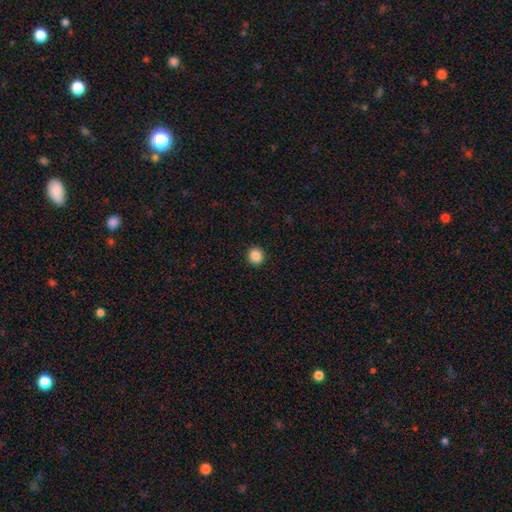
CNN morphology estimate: A smooth galaxy with no disk features (86%) that is round (91%). Merging: none (93%).